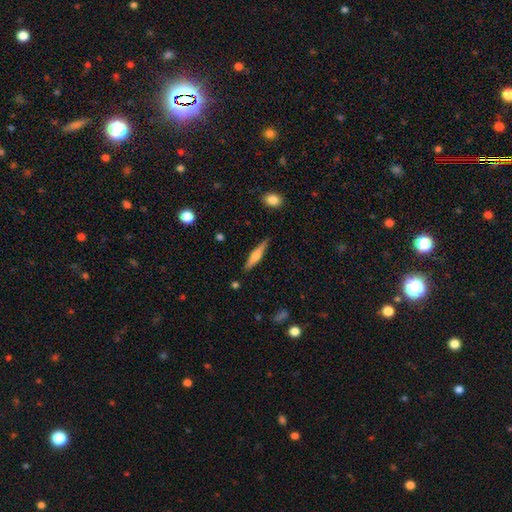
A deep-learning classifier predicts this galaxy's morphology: smooth-or-featured: smooth: 48% | featured or disk: 46% | star or artifact: 6%
  merging: none: 86% | minor disturbance: 10% | major disturbance: 2% | merger: 2%